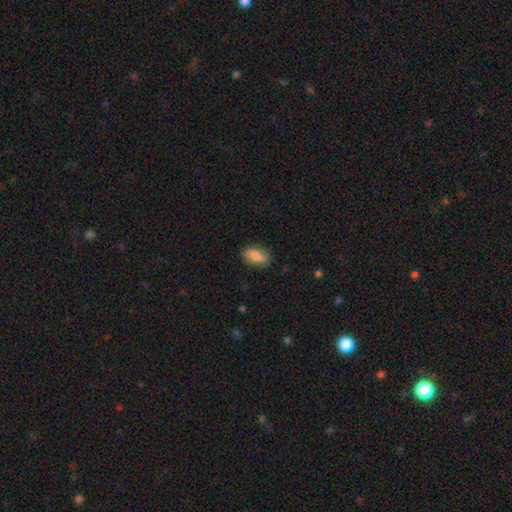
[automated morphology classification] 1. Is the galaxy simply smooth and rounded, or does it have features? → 80% smooth, 13% featured or disk, 7% star or artifact.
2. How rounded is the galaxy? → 88% in between, 8% cigar-shaped, 5% round.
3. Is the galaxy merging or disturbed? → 81% none, 14% minor disturbance, 3% major disturbance, 1% merger.